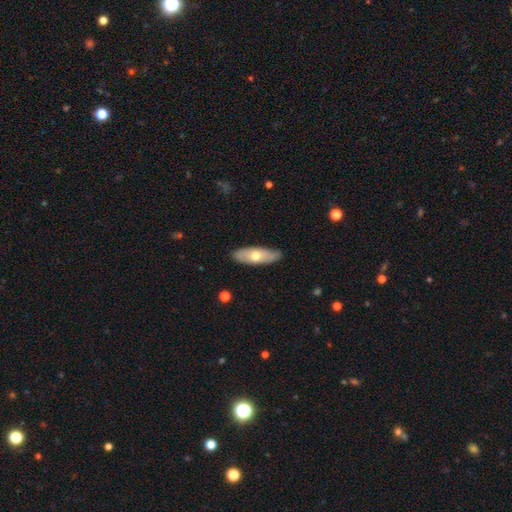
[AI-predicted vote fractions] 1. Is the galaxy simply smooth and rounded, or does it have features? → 57% smooth, 38% featured or disk, 5% star or artifact.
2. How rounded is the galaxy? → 63% in between, 35% cigar-shaped, 2% round.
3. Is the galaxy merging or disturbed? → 86% none, 11% minor disturbance, 2% major disturbance, 1% merger.